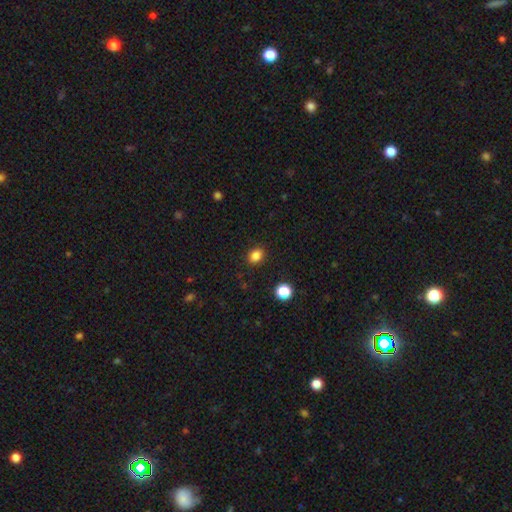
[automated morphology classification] Overall: smooth (84%). How rounded: in between (57%; round 42%). Merging: none (89%).